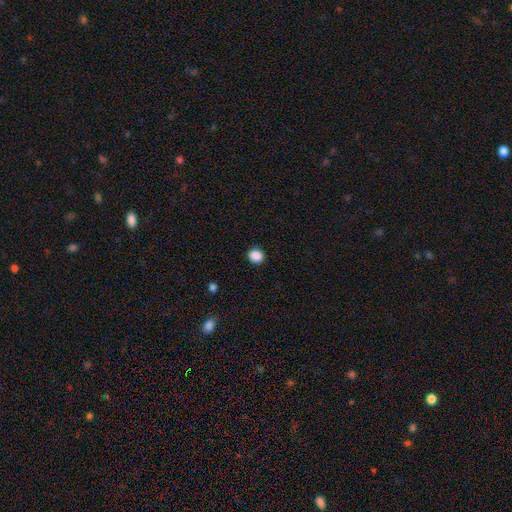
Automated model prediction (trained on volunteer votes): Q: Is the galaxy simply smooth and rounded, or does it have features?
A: smooth — 88%.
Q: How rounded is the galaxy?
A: round — 86%.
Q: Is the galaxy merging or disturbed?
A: none — 91%.